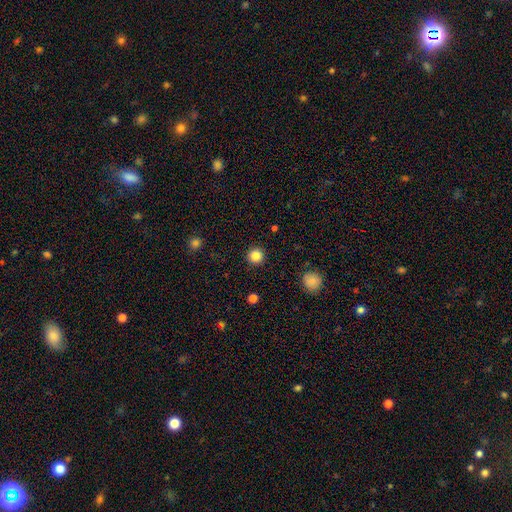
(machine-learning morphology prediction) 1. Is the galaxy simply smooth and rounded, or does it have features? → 85% smooth, 11% star or artifact, 4% featured or disk.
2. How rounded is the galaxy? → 95% round, 4% in between, 1% cigar-shaped.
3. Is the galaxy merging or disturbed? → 92% none, 5% minor disturbance, 2% major disturbance, 1% merger.